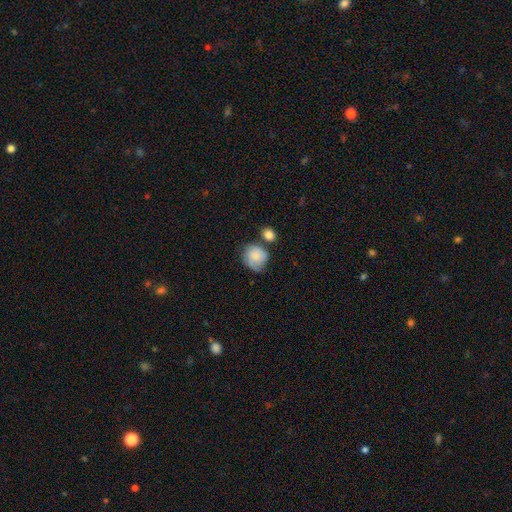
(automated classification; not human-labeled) This is clearly a smooth galaxy (83%). How rounded: likely round (79%). Merging: possibly none (51%).